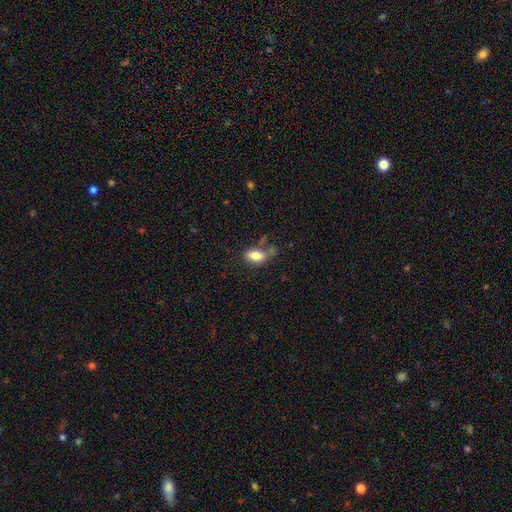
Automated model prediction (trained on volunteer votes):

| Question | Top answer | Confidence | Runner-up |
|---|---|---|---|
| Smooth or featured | smooth | 78% | featured or disk (13%) |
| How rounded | in between | 87% | round (8%) |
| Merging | none | 47% | minor disturbance (26%) |